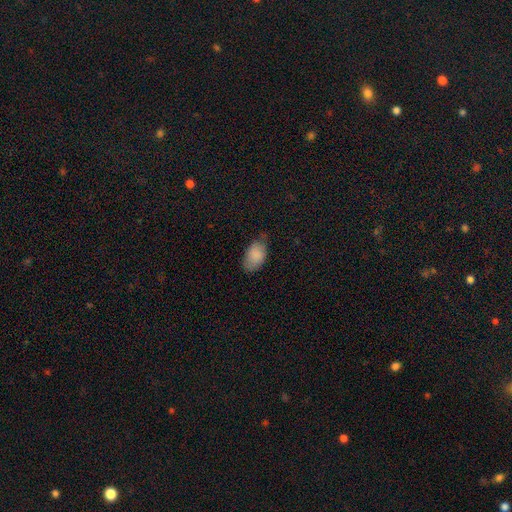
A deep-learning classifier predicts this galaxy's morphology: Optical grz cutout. It shows a smooth galaxy with no disk features (86%) that is in between round and cigar-shaped (92%). Merging: none (60%).